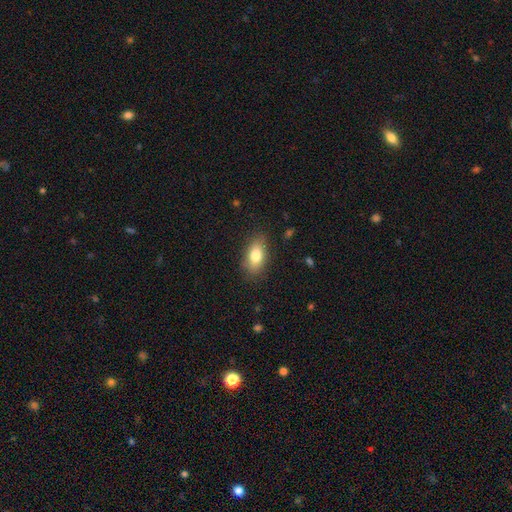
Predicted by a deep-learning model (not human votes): Overall: smooth (80%). How rounded: in between (87%). Merging: none (83%).